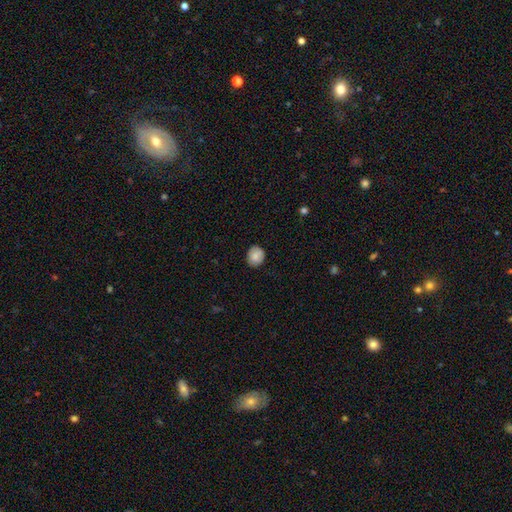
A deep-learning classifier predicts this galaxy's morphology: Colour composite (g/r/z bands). It shows a smooth galaxy with no disk features (84%) that is round (76%). Merging: none (85%).